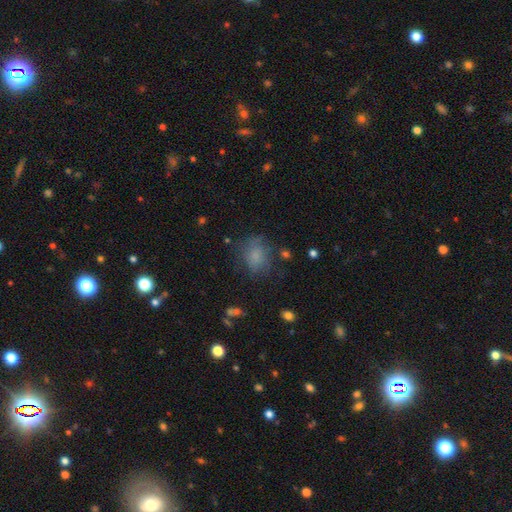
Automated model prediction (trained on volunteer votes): Smooth or featured?
  - smooth: 66% *
  - featured or disk: 21%
  - star or artifact: 14%
How rounded?
  - round: 57% *
  - in between: 42%
  - cigar-shaped: 1%
Merging?
  - none: 60% *
  - minor disturbance: 22%
  - major disturbance: 15%
  - merger: 3%